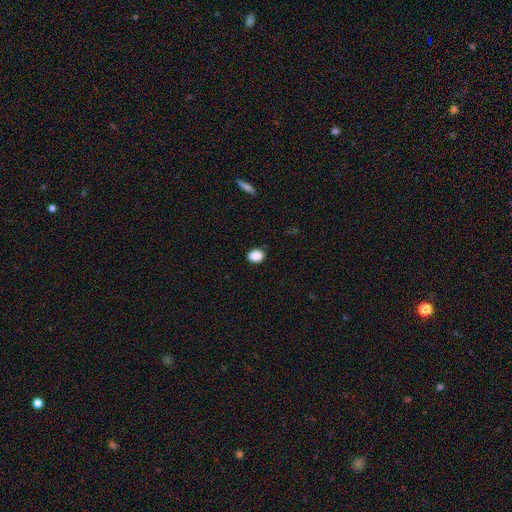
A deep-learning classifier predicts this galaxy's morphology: Q: Smooth or featured?
A: smooth (89%); runner-up: star or artifact (9%)
Q: How rounded?
A: in between (58%); runner-up: round (41%)
Q: Merging?
A: none (88%); runner-up: minor disturbance (9%)